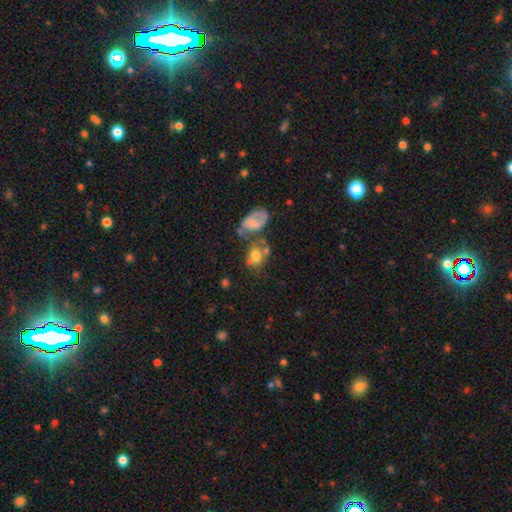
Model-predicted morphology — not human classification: The model was most divided on "merging": merger: 36%, none: 33%, minor disturbance: 17%, major disturbance: 14%. More confident: smooth or featured — smooth (64%); how rounded — in between (64%).